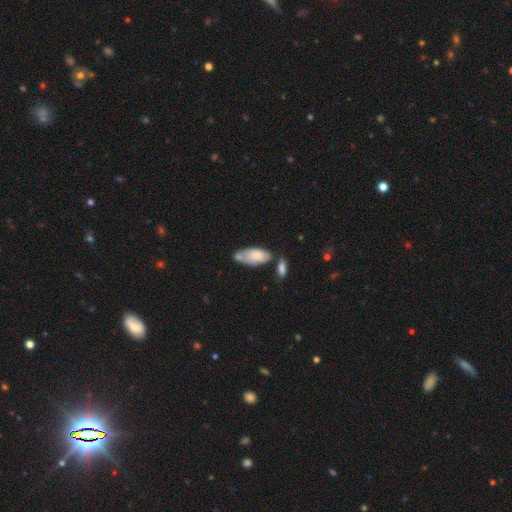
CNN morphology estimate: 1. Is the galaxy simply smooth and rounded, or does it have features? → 75% smooth, 19% featured or disk, 6% star or artifact.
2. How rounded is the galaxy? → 86% in between, 12% cigar-shaped, 2% round.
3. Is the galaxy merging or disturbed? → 40% none, 28% merger, 24% minor disturbance, 8% major disturbance.